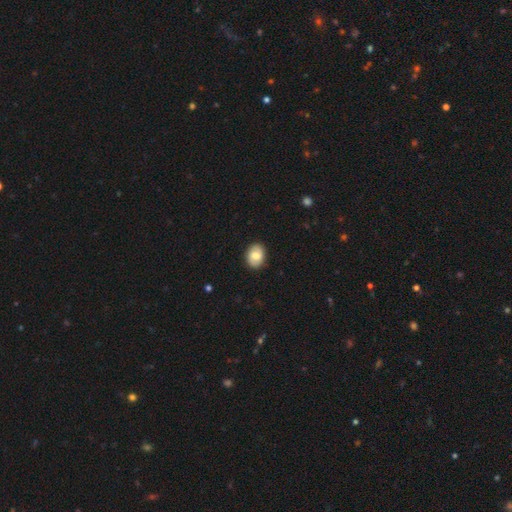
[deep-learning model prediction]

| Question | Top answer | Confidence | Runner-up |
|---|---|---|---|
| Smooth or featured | smooth | 70% | featured or disk (22%) |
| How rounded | in between | 65% | round (34%) |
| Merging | none | 88% | minor disturbance (9%) |